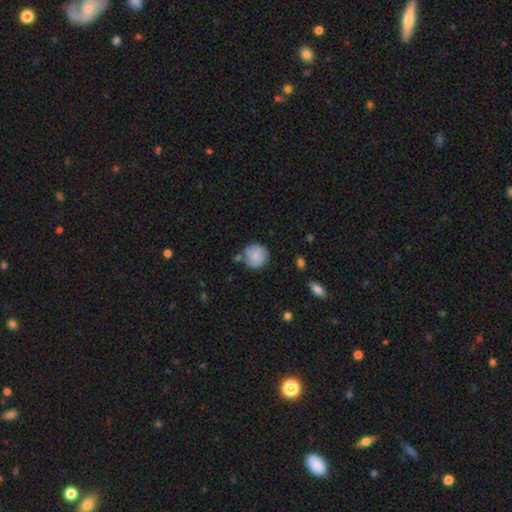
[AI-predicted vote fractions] The model was most divided on "merging": none: 67%, minor disturbance: 19%, merger: 9%, major disturbance: 5%. More confident: how rounded — round (90%); smooth or featured — smooth (72%).